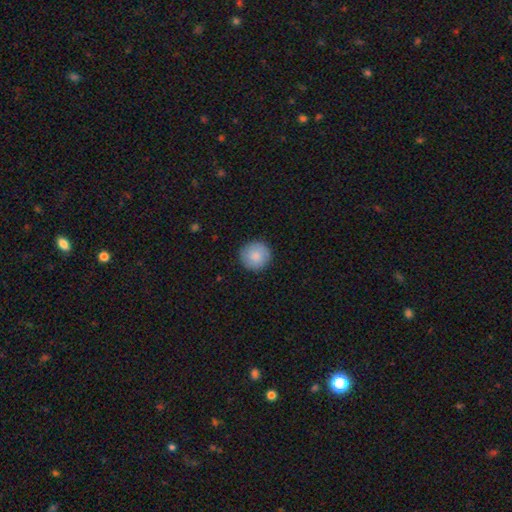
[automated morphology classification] Smooth or featured? Predicted: smooth (p=0.85). How rounded? Predicted: round (p=0.96). Merging? Predicted: none (p=0.90).